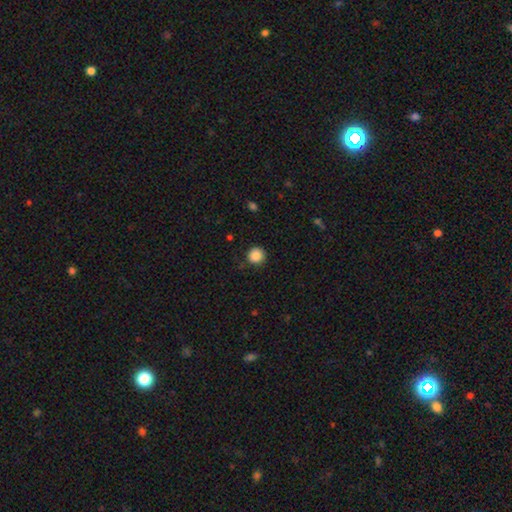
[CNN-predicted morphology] This is clearly a smooth galaxy (87%). How rounded: clearly round (94%). Merging: clearly none (89%).